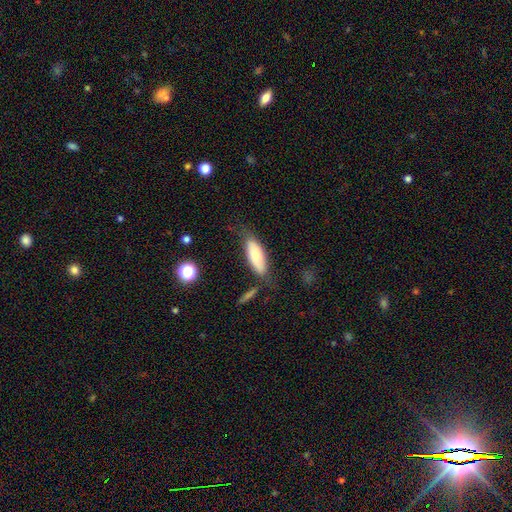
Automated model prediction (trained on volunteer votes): This is likely a smooth galaxy (67%). How rounded: likely in between (69%). Merging: likely none (63%).